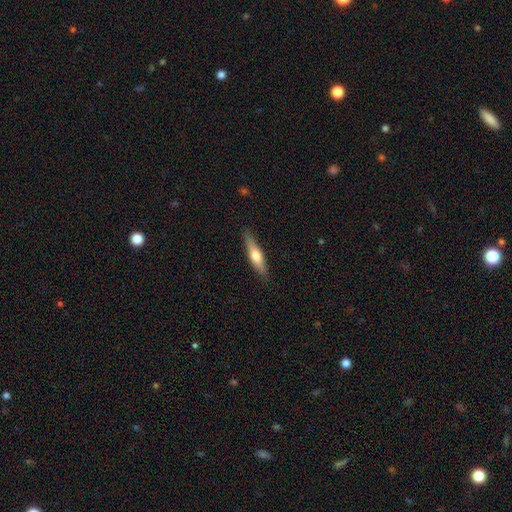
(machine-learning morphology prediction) Smooth or featured? smooth (55%)
How rounded? cigar-shaped (76%)
Merging? none (87%)